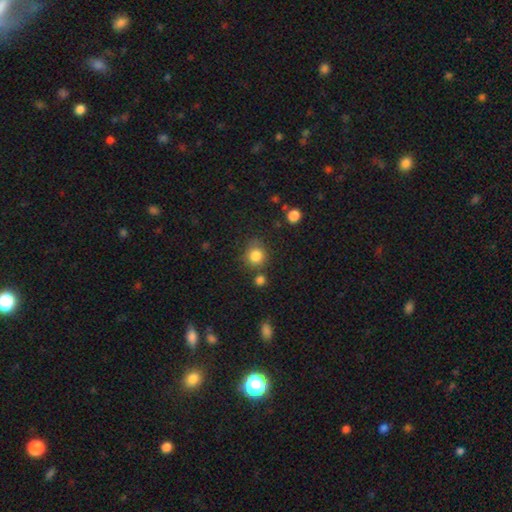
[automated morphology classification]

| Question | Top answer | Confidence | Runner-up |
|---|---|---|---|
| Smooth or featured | smooth | 84% | star or artifact (11%) |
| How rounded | round | 87% | in between (12%) |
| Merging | none | 73% | minor disturbance (13%) |